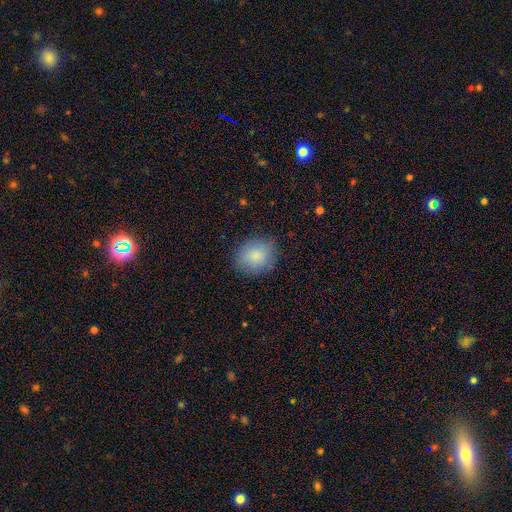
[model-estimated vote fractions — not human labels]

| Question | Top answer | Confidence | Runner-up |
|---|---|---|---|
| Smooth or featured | smooth | 85% | star or artifact (8%) |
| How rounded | round | 70% | in between (29%) |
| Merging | none | 80% | minor disturbance (15%) |